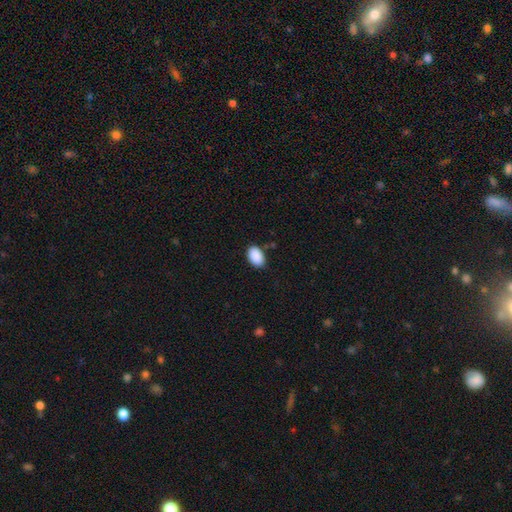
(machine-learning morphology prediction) This is clearly a smooth galaxy (90%). How rounded: clearly in between (90%). Merging: clearly none (83%).